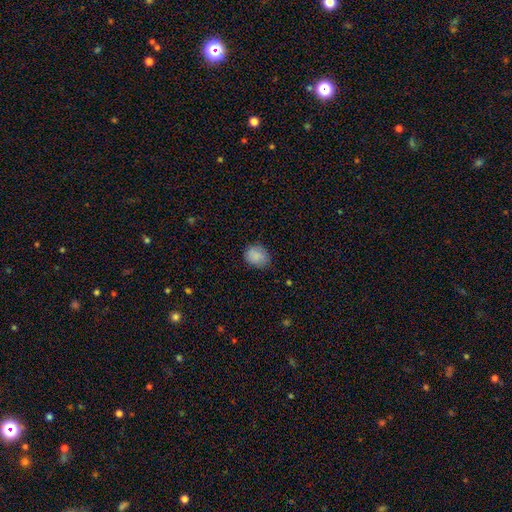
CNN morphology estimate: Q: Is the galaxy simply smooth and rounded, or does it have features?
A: smooth — 87%.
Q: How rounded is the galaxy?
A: round — 58%.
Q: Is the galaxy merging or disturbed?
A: none — 75%.